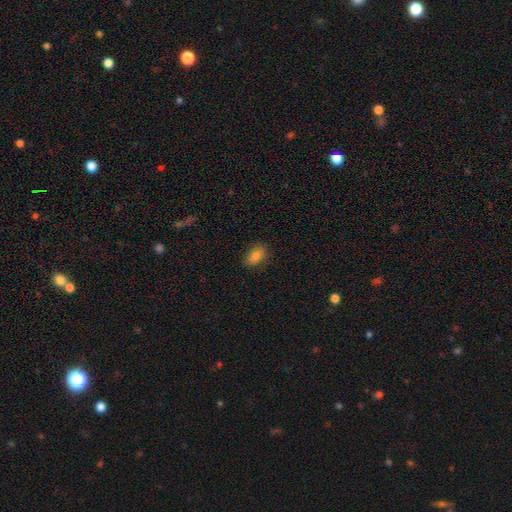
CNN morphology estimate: This appears to be a smooth galaxy with no disk features (83%) that is in between round and cigar-shaped (84%). Merging: none (85%).